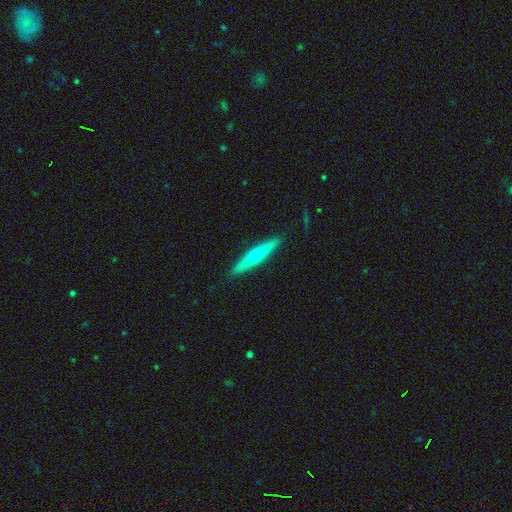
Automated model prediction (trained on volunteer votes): smooth_or_featured: featured or disk (p=0.48) [alt: smooth p=0.46]
merging: none (p=0.90) [alt: minor disturbance p=0.07]